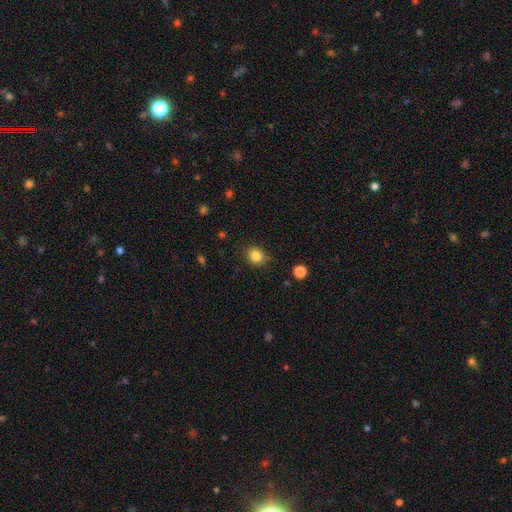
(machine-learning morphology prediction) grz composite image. It shows a smooth galaxy with no disk features (84%) that is round (68%). Merging: none (83%).